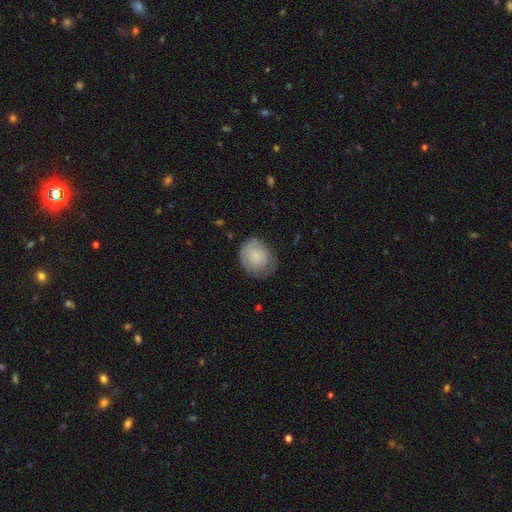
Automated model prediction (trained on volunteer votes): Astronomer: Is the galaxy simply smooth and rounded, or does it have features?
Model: smooth — 63%.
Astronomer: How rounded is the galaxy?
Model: round — 63%.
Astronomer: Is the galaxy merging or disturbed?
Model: none — 57%.